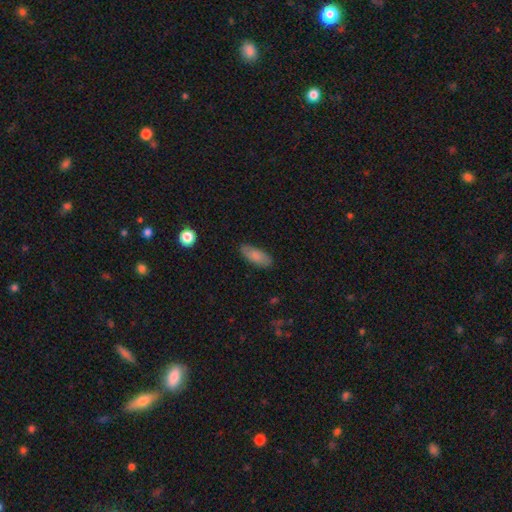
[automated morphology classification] Smooth or featured? Predicted: smooth (p=0.81). How rounded? Predicted: in between (p=0.80). Merging? Predicted: none (p=0.81).